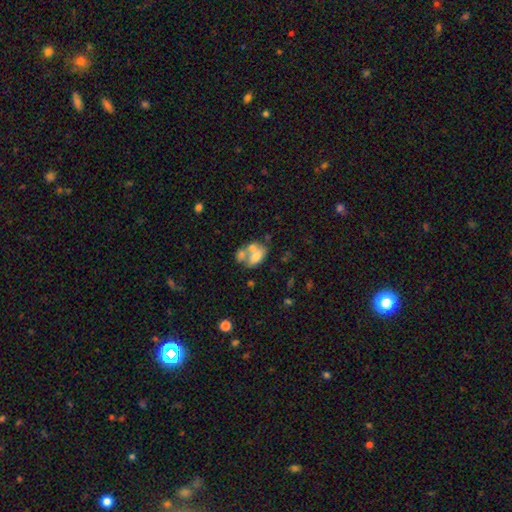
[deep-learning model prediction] Q: Smooth or featured?
A: smooth (58%); runner-up: featured or disk (33%)
Q: How rounded?
A: in between (82%); runner-up: round (16%)
Q: Merging?
A: merger (60%); runner-up: none (22%)